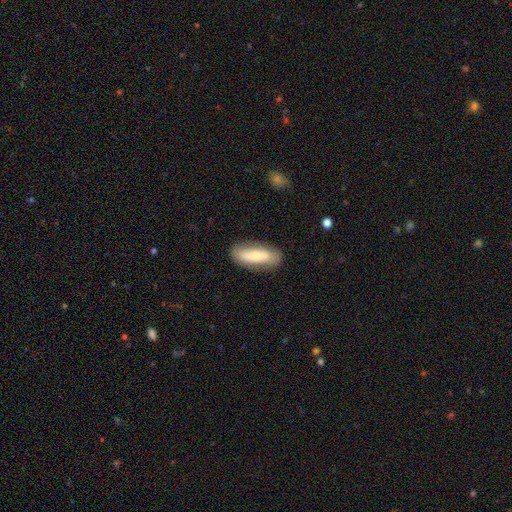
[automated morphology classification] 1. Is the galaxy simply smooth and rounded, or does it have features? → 68% smooth, 26% featured or disk, 6% star or artifact.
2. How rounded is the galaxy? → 62% in between, 36% cigar-shaped, 2% round.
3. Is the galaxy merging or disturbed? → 81% none, 14% minor disturbance, 4% major disturbance, 2% merger.